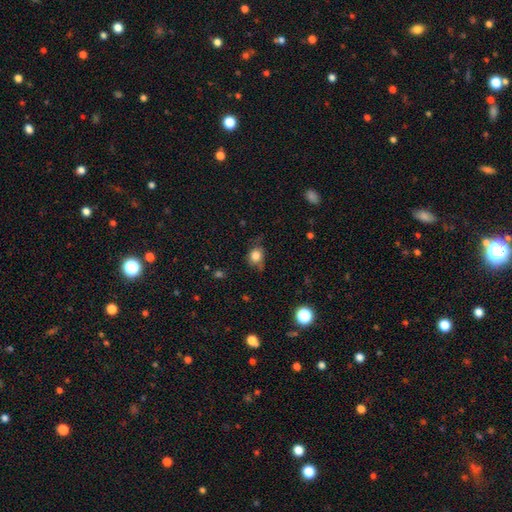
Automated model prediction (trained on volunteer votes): Smooth or featured: smooth — 80% (star or artifact — 11%)
How rounded: round — 62% (in between — 36%)
Merging: none — 55% (minor disturbance — 32%)